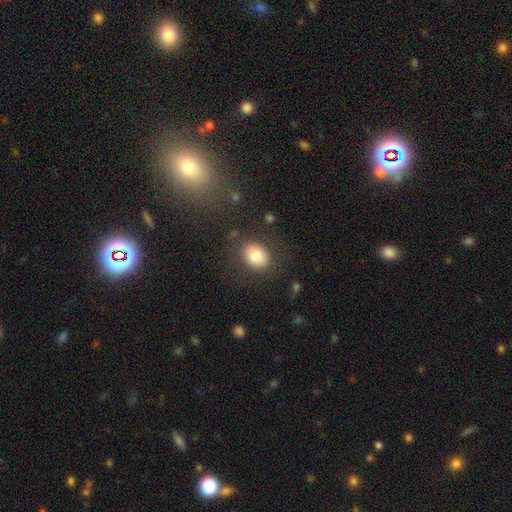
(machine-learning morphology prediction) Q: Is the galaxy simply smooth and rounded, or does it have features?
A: smooth — 80%.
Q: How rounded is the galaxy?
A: round — 50%.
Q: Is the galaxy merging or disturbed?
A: none — 82%.